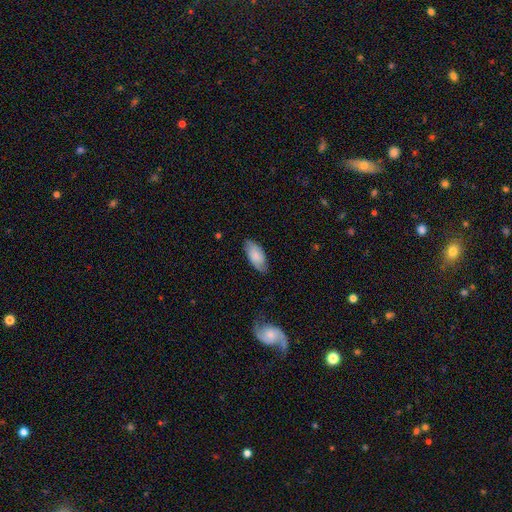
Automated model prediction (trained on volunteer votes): Smooth or featured? Predicted: smooth (p=0.68). How rounded? Predicted: in between (p=0.89). Merging? Predicted: none (p=0.76).